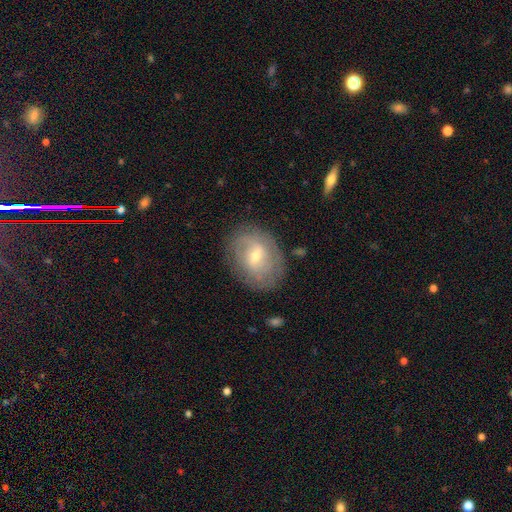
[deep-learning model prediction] This appears to be a featured or disk galaxy (65%) with a weak bar (52%), spiral arms (76%) and a small central bulge (54%). Merging: none (77%).